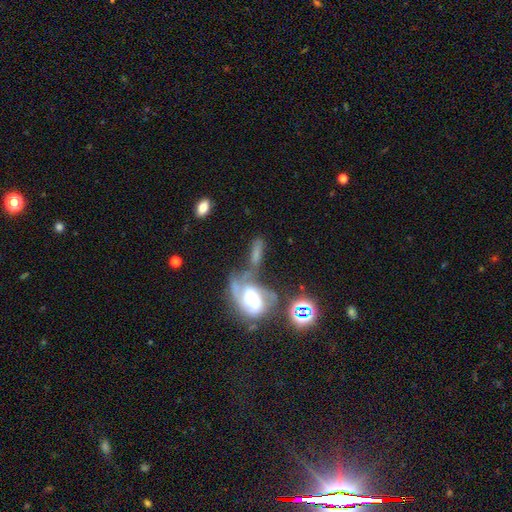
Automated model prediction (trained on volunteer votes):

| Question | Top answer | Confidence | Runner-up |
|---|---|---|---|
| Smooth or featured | featured or disk | 49% | smooth (32%) |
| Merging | merger | 42% | none (26%) |